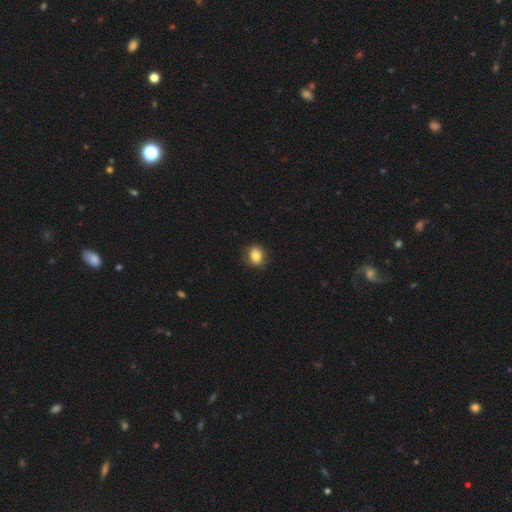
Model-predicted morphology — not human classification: Smooth or featured? Predicted: smooth (p=0.83). How rounded? Predicted: round (p=0.69). Merging? Predicted: none (p=0.88).